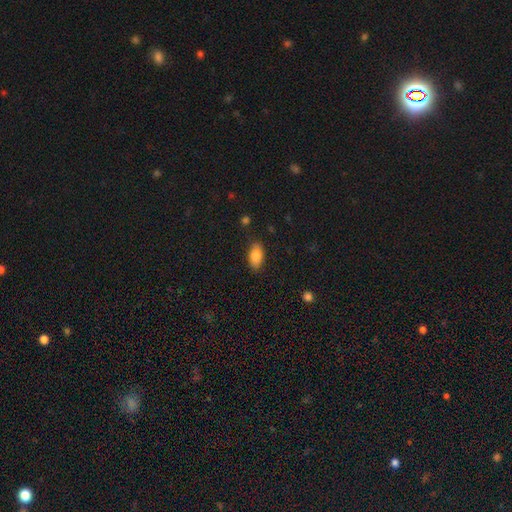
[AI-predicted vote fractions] Smooth or featured? smooth (82%)
How rounded? in between (91%)
Merging? none (85%)